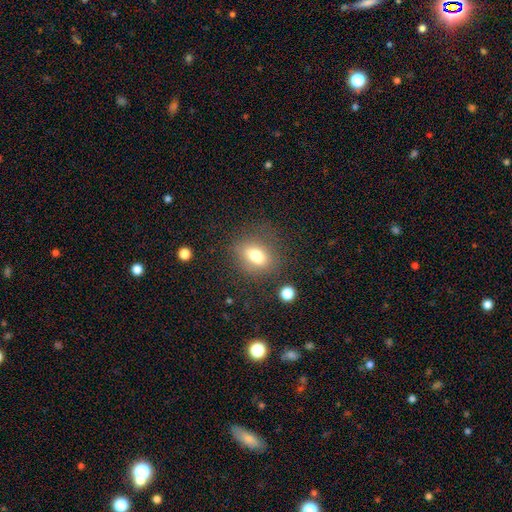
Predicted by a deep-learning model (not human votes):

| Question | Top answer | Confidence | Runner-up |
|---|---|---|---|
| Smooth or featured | smooth | 73% | featured or disk (16%) |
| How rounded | in between | 71% | round (24%) |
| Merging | none | 72% | minor disturbance (16%) |